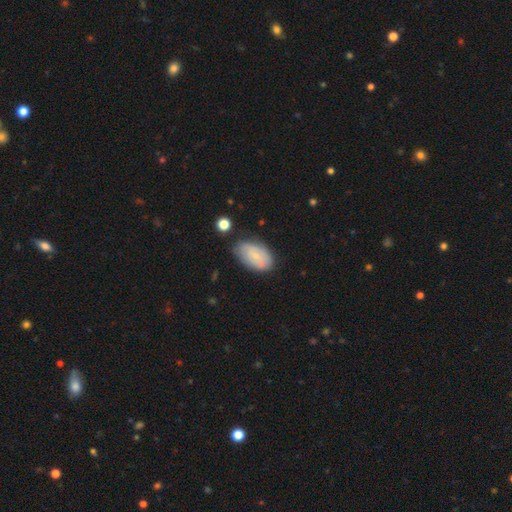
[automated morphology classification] Smooth or featured?
  - smooth: 62% *
  - featured or disk: 31%
  - star or artifact: 7%
How rounded?
  - in between: 93% *
  - round: 6%
  - cigar-shaped: 2%
Merging?
  - none: 68% *
  - minor disturbance: 24%
  - major disturbance: 6%
  - merger: 3%